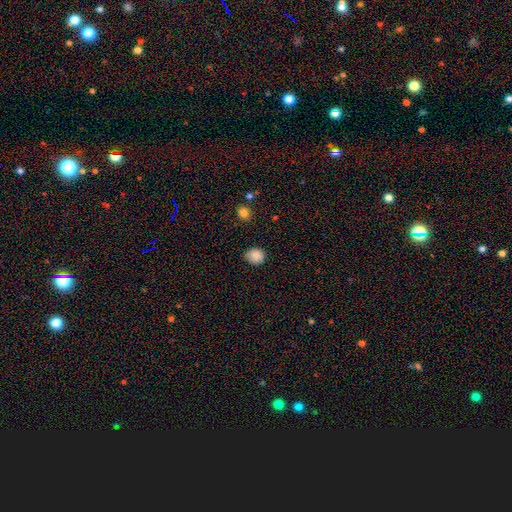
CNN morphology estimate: type=smooth (87%); roundness=round (71%); merging=none (78%).